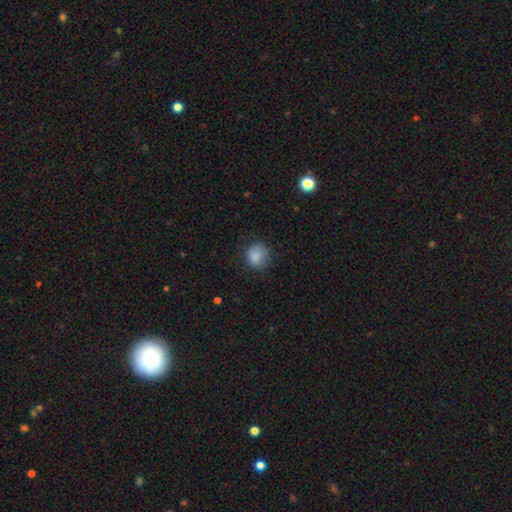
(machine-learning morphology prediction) This is clearly a smooth galaxy (86%). How rounded: likely round (78%). Merging: likely none (73%).